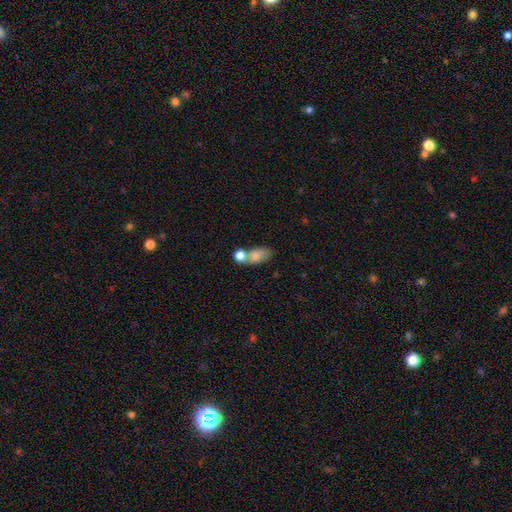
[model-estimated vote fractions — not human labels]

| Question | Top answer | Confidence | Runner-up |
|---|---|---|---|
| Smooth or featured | smooth | 79% | featured or disk (12%) |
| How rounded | in between | 84% | round (11%) |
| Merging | none | 40% | merger (37%) |